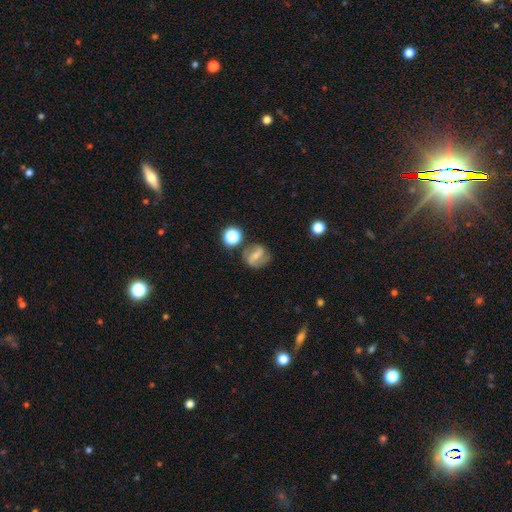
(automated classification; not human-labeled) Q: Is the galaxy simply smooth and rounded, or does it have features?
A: featured or disk — 66%.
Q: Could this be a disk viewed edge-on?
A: no — 96%.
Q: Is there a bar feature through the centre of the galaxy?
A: strong — 52%.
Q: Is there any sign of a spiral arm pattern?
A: yes — 87%.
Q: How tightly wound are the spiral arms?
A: medium — 45%.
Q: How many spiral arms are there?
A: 2 — 86%.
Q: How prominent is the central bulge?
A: small — 46%.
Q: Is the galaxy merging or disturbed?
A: none — 72%.